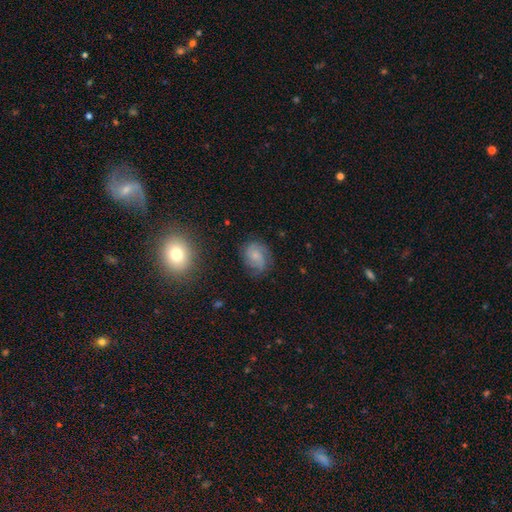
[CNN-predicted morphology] This is possibly a smooth galaxy (49%). Merging: likely none (67%).